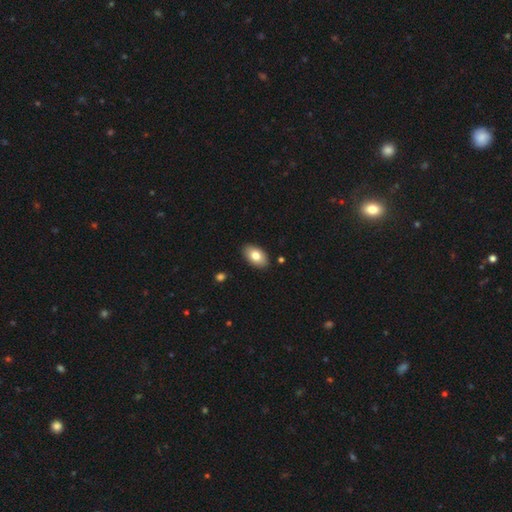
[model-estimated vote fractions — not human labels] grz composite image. It shows a smooth galaxy with no disk features (80%) that is in between round and cigar-shaped (93%). Merging: none (89%).